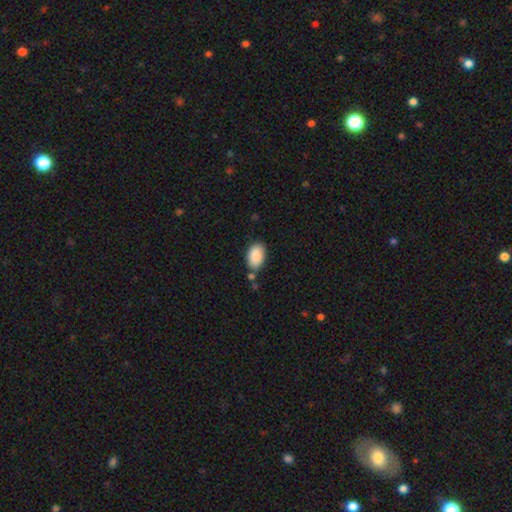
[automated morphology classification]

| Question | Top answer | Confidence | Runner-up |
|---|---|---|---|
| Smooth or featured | smooth | 88% | star or artifact (7%) |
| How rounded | in between | 92% | round (6%) |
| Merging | none | 72% | minor disturbance (16%) |